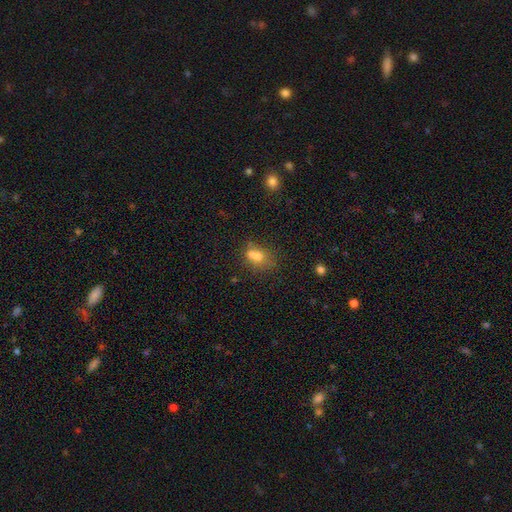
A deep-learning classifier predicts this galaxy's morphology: Q: Smooth or featured?
A: smooth (67%); runner-up: featured or disk (18%)
Q: How rounded?
A: round (52%); runner-up: in between (46%)
Q: Merging?
A: merger (50%); runner-up: none (32%)